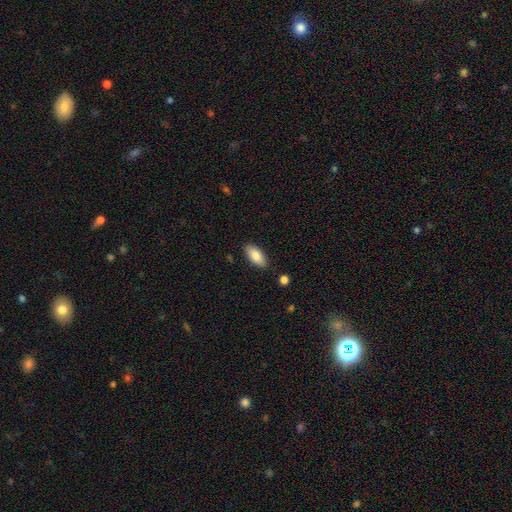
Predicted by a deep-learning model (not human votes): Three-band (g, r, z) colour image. It shows a smooth galaxy with no disk features (86%) that is in between round and cigar-shaped (90%). Merging: none (86%).